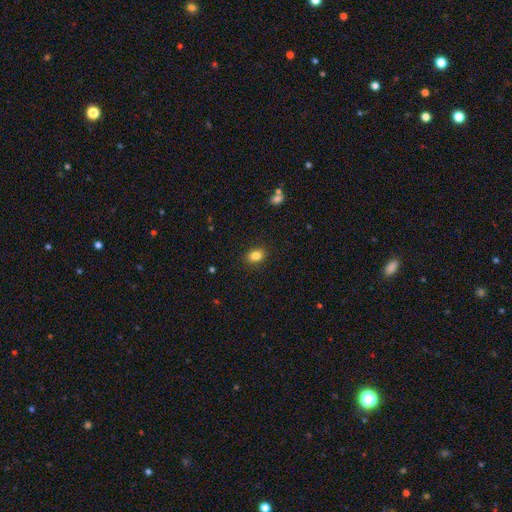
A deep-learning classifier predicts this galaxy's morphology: Q: Smooth or featured?
A: smooth (85%); runner-up: star or artifact (10%)
Q: How rounded?
A: in between (70%); runner-up: round (29%)
Q: Merging?
A: none (88%); runner-up: minor disturbance (9%)